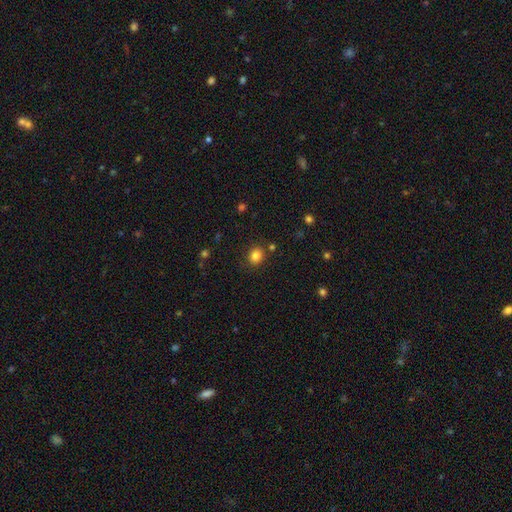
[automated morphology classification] type=smooth (83%); roundness=round (65%); merging=none (84%).